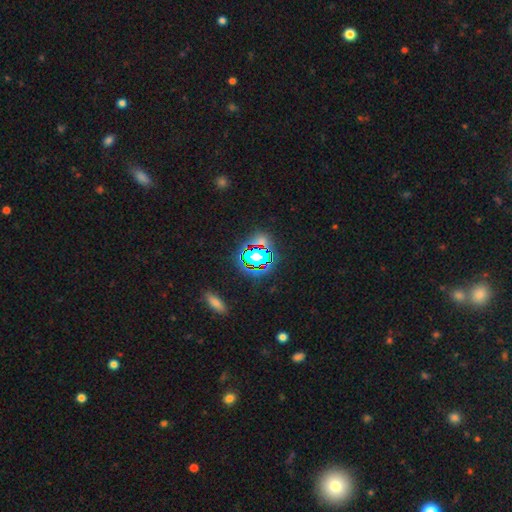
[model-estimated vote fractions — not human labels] Smooth or featured? star or artifact (60%)